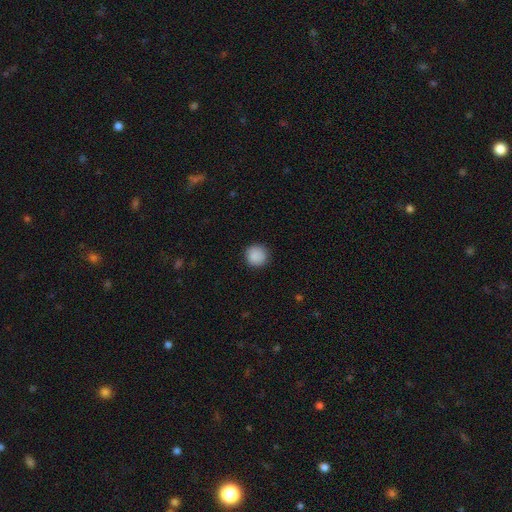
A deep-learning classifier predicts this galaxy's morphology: Smooth or featured? smooth (88%)
How rounded? round (92%)
Merging? none (87%)